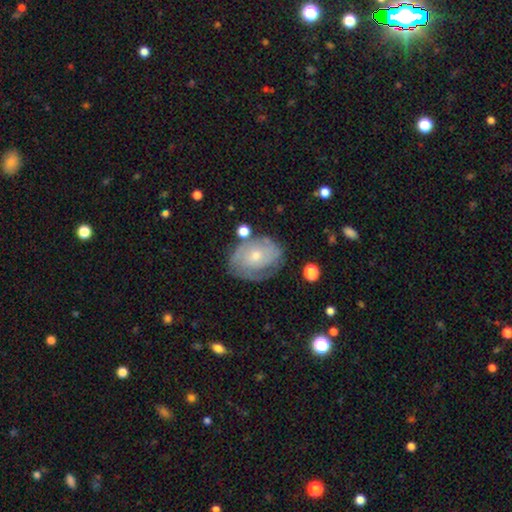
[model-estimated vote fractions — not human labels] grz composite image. It shows a featured or disk galaxy (65%) with no bar (80%), spiral arms (78%) and a small central bulge (52%). Merging: none (64%).